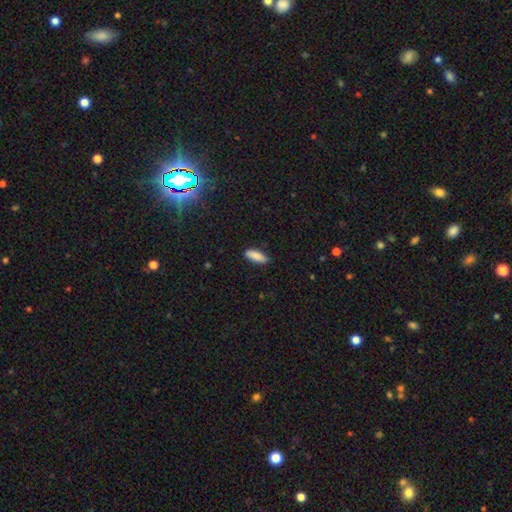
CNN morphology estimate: smooth 88%, star or artifact 6%, featured or disk 6%. Down the decision tree: how rounded — in between (67%); merging — none (87%).